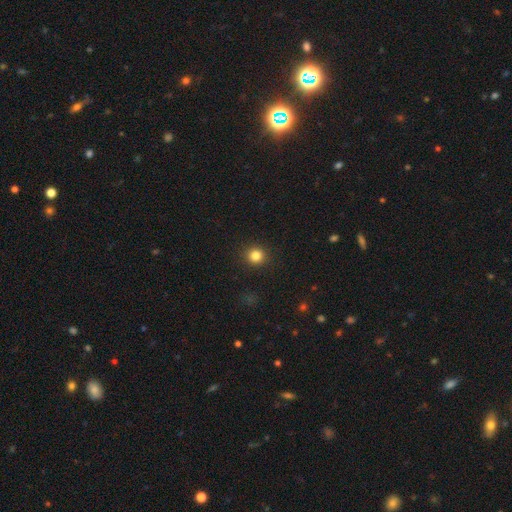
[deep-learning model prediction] Smooth or featured? Predicted: smooth (p=0.83). How rounded? Predicted: round (p=0.91). Merging? Predicted: none (p=0.91).